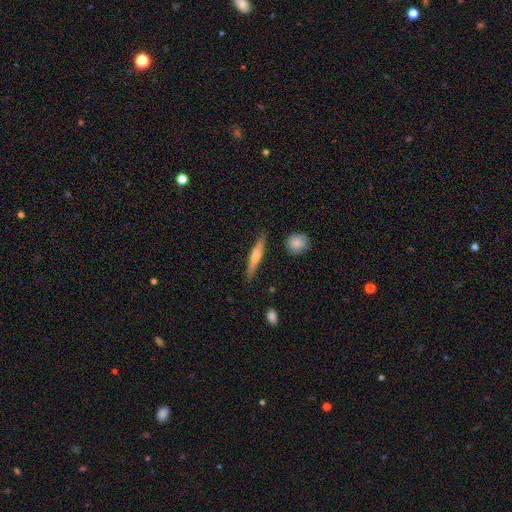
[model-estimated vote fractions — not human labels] A smooth galaxy with no disk features (52%) that is cigar-shaped (88%).

Vote fractions:
- Smooth or featured? smooth: 52% / featured or disk: 42% / star or artifact: 6%
- How rounded? cigar-shaped: 88% / in between: 10% / round: 2%
- Merging? none: 84% / minor disturbance: 11% / merger: 2% / major disturbance: 2%